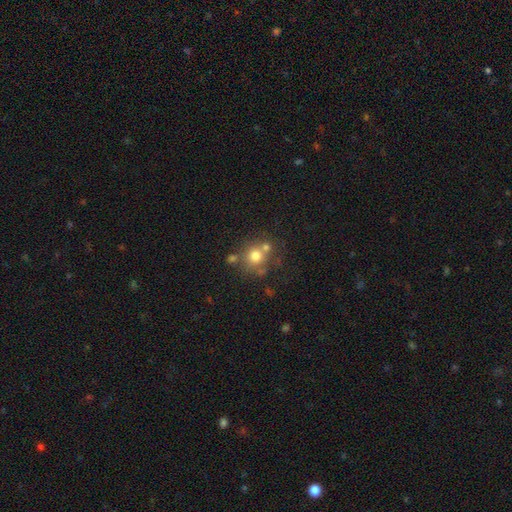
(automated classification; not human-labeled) smooth 72%, featured or disk 15%, star or artifact 13%. Down the decision tree: how rounded — round (87%); merging — none (56%).